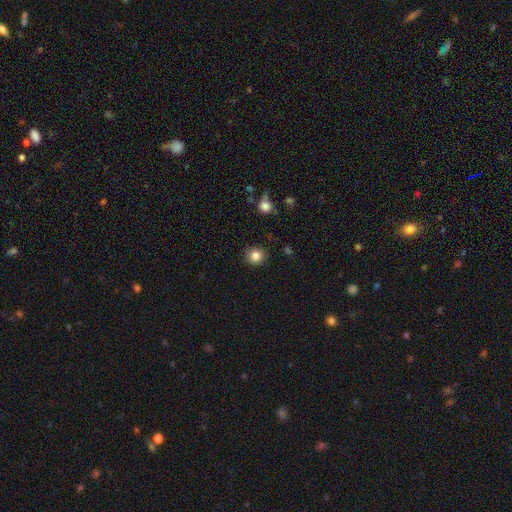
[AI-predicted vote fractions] This is clearly a smooth galaxy (84%). How rounded: clearly round (91%). Merging: clearly none (90%).